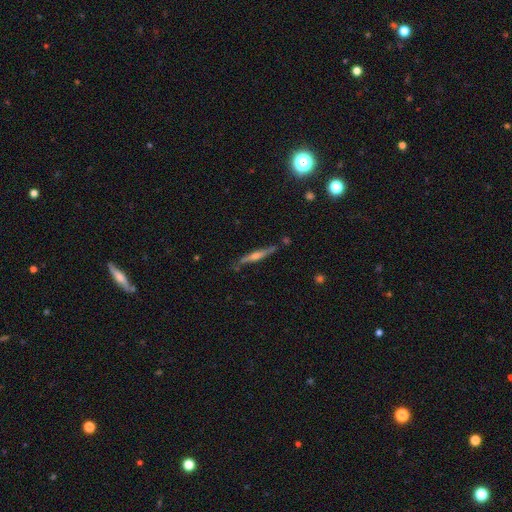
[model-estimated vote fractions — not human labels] This is likely a featured or disk galaxy (69%). It is clearly viewed edge-on (96%). Edge-on bulge: likely rounded (78%). Merging: likely none (78%).